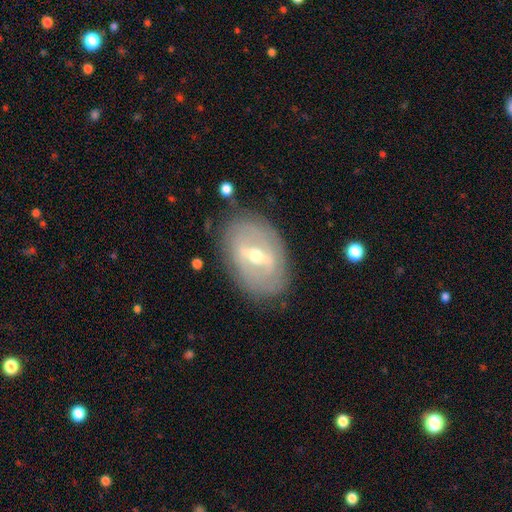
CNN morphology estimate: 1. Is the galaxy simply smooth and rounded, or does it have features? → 77% featured or disk, 17% smooth, 6% star or artifact.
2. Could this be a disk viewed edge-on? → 92% no, 8% yes.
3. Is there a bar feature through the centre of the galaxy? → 54% strong, 37% weak, 9% no.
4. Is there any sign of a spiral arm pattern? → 52% yes, 48% no.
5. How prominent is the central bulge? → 60% moderate, 35% small, 3% large, 1% none, 1% dominant.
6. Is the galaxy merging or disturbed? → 80% none, 14% minor disturbance, 5% major disturbance, 1% merger.